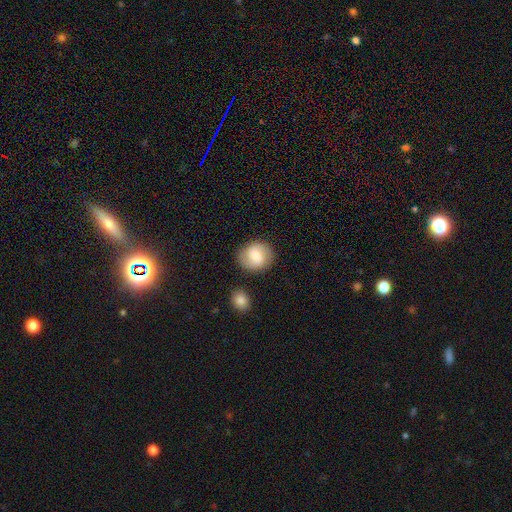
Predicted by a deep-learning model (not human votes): This is possibly a smooth galaxy (49%). Merging: clearly none (81%).